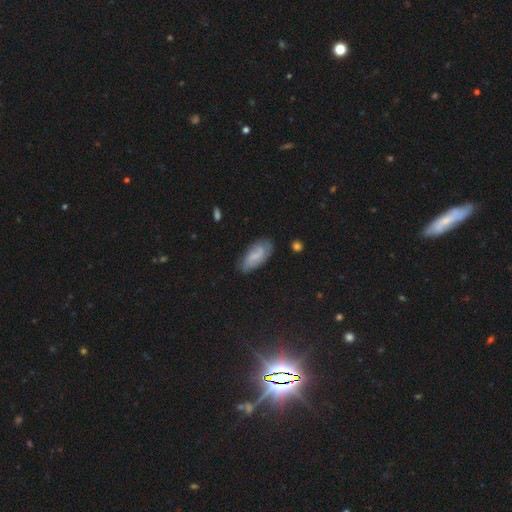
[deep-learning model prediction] smooth_or_featured: smooth (p=0.59) [alt: featured or disk p=0.32]
how_rounded: in between (p=0.84) [alt: cigar-shaped p=0.14]
merging: none (p=0.69) [alt: minor disturbance p=0.23]